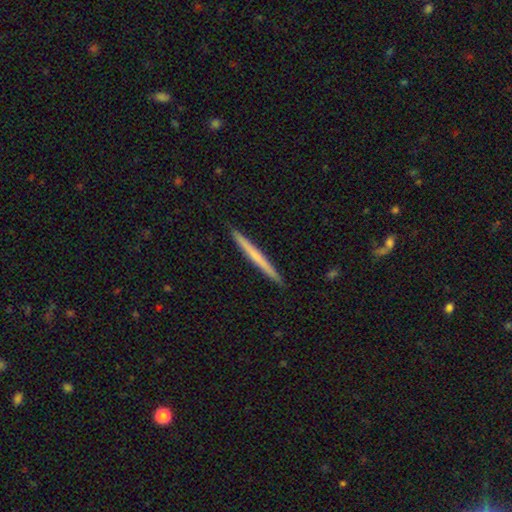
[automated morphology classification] Q: Smooth or featured?
A: smooth (53%); runner-up: featured or disk (42%)
Q: How rounded?
A: cigar-shaped (97%); runner-up: in between (1%)
Q: Merging?
A: none (93%); runner-up: minor disturbance (5%)